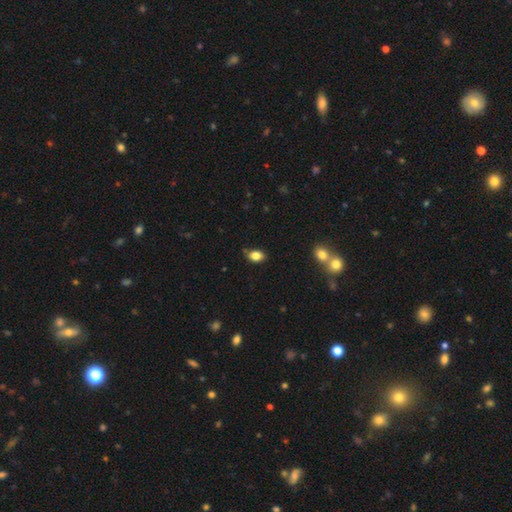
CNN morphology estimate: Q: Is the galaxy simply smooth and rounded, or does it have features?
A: smooth — 84%.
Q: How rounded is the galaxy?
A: in between — 80%.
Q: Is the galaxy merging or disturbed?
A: none — 79%.